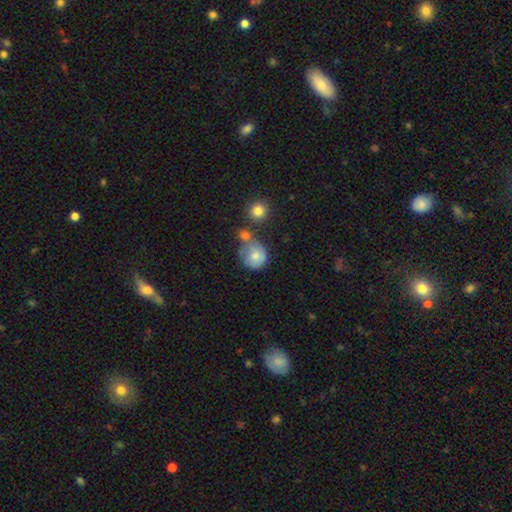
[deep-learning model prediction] A smooth galaxy with no disk features (71%) that is round (81%).

Vote fractions:
- Smooth or featured? smooth: 71% / featured or disk: 21% / star or artifact: 8%
- How rounded? round: 81% / in between: 18% / cigar-shaped: 1%
- Merging? none: 37% / merger: 28% / minor disturbance: 23% / major disturbance: 12%